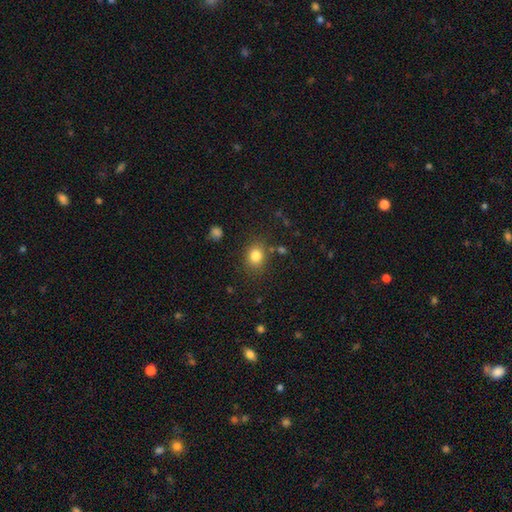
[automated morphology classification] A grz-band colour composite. It shows a smooth galaxy with no disk features (82%) that is round (59%). Merging: none (81%).